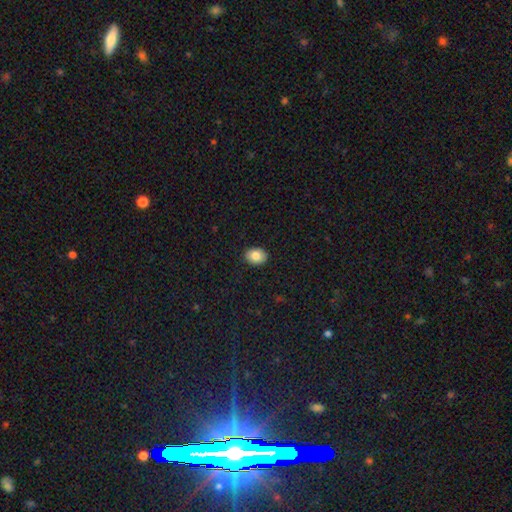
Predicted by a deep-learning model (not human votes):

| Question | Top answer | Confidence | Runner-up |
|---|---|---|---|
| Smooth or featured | smooth | 82% | featured or disk (10%) |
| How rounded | in between | 61% | round (38%) |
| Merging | none | 90% | minor disturbance (7%) |